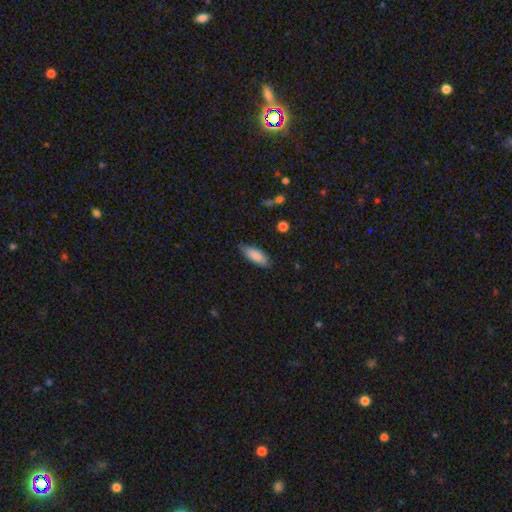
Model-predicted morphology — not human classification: This is clearly a smooth galaxy (86%). How rounded: likely in between (69%). Merging: likely none (75%).